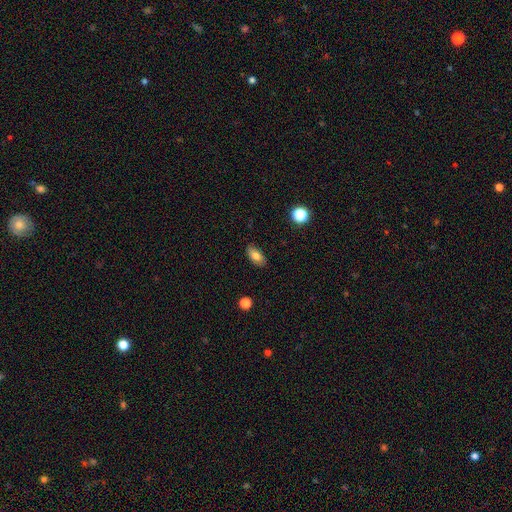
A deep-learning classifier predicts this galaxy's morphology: Smooth or featured: smooth — 81% (featured or disk — 11%)
How rounded: in between — 90% (round — 5%)
Merging: none — 86% (minor disturbance — 11%)